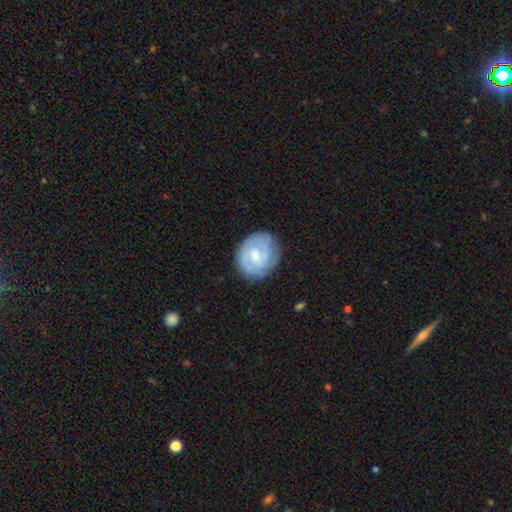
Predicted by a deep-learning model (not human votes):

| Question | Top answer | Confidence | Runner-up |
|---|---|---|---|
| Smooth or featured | featured or disk | 68% | smooth (26%) |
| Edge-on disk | no | 98% | yes (2%) |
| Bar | no | 49% | weak (45%) |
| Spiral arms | yes | 89% | no (11%) |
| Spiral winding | tight | 58% | medium (32%) |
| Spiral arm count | can't tell | 35% | 2 (33%) |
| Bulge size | small | 57% | moderate (34%) |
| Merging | none | 76% | minor disturbance (17%) |